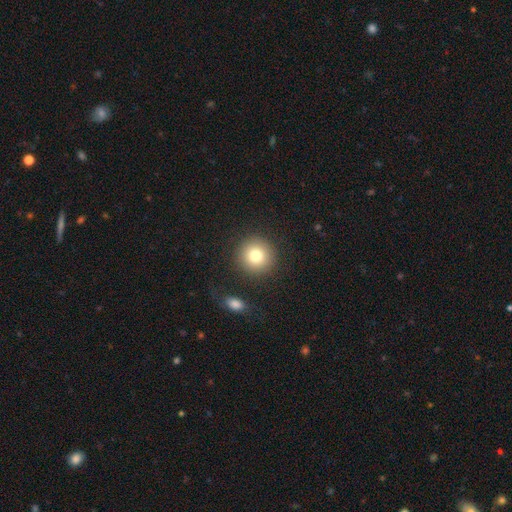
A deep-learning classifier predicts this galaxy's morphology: smooth-or-featured: smooth: 79% | star or artifact: 11% | featured or disk: 10%
  how-rounded: round: 94% | in between: 5% | cigar-shaped: 1%
  merging: none: 86% | minor disturbance: 7% | major disturbance: 3% | merger: 3%